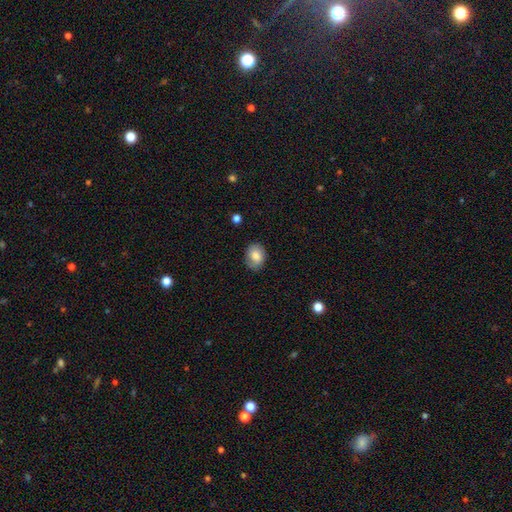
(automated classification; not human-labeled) A smooth galaxy with no disk features (81%) that is in between round and cigar-shaped (62%).

Vote fractions:
- Smooth or featured? smooth: 81% / featured or disk: 11% / star or artifact: 8%
- How rounded? in between: 62% / round: 37% / cigar-shaped: 1%
- Merging? none: 82% / minor disturbance: 14% / major disturbance: 3% / merger: 1%